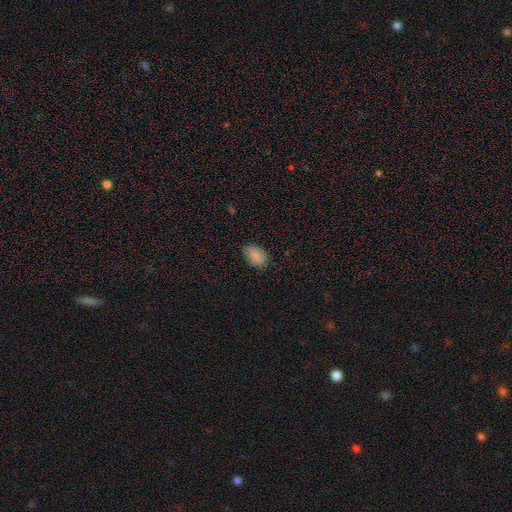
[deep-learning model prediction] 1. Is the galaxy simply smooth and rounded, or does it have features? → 86% smooth, 8% star or artifact, 6% featured or disk.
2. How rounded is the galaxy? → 87% in between, 11% round, 1% cigar-shaped.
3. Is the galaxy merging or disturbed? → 79% none, 16% minor disturbance, 3% major disturbance, 1% merger.